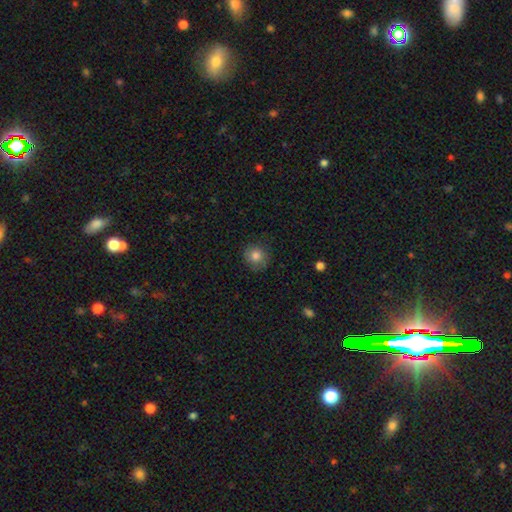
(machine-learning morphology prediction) A smooth galaxy with no disk features (82%) that is round (88%). Merging: none (84%).